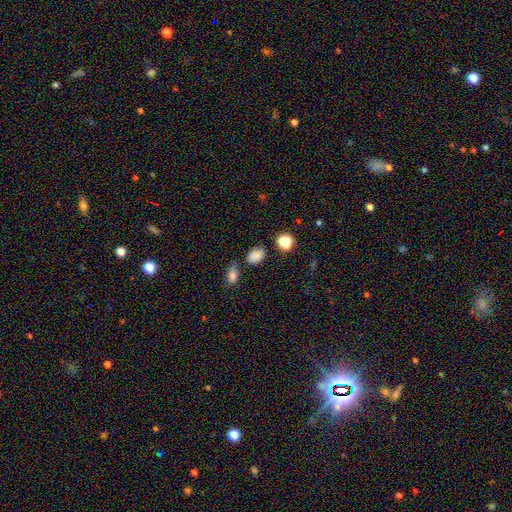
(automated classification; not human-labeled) smooth_or_featured: smooth (p=0.83) [alt: star or artifact p=0.12]
how_rounded: in between (p=0.78) [alt: round p=0.20]
merging: none (p=0.74) [alt: minor disturbance p=0.16]